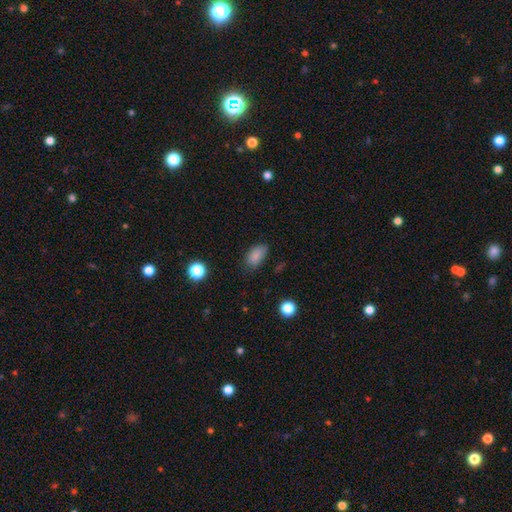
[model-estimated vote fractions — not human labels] A smooth galaxy with no disk features (85%) that is in between round and cigar-shaped (91%).

Vote fractions:
- Smooth or featured? smooth: 85% / star or artifact: 10% / featured or disk: 5%
- How rounded? in between: 91% / round: 7% / cigar-shaped: 3%
- Merging? none: 72% / minor disturbance: 21% / major disturbance: 5% / merger: 2%